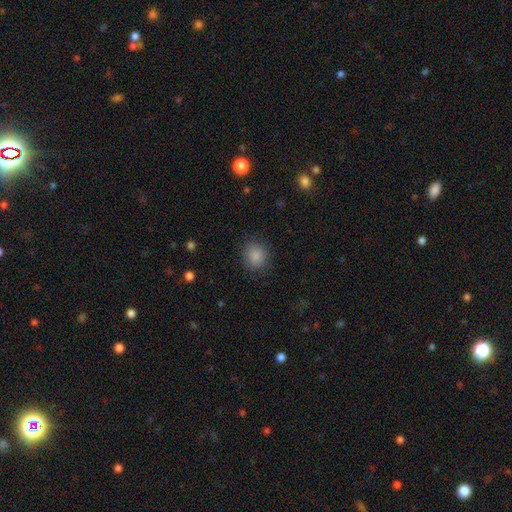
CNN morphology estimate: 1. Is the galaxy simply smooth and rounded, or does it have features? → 87% smooth, 9% star or artifact, 3% featured or disk.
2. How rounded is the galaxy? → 81% round, 18% in between, 1% cigar-shaped.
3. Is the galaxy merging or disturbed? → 86% none, 10% minor disturbance, 4% major disturbance, 1% merger.